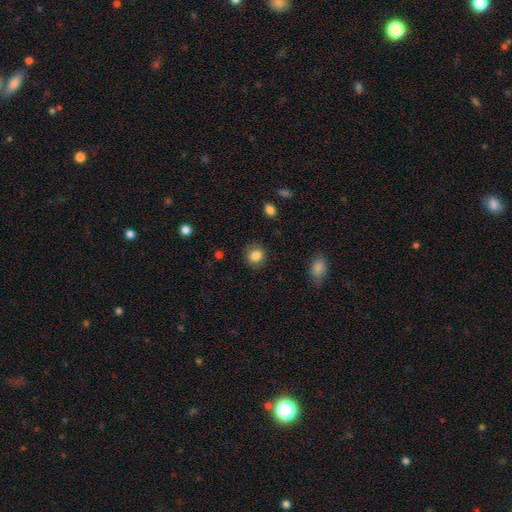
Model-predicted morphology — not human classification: The model was most divided on "how rounded": round: 76%, in between: 23%, cigar-shaped: 1%. More confident: merging — none (85%); smooth or featured — smooth (85%).